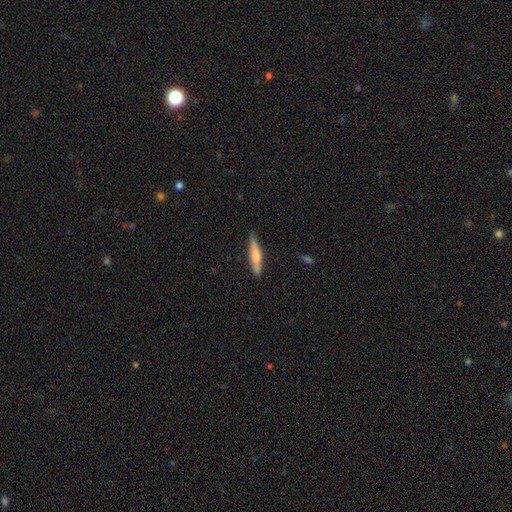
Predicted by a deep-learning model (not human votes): Overall: smooth (52%; featured or disk 42%). How rounded: cigar-shaped (89%). Merging: none (84%).